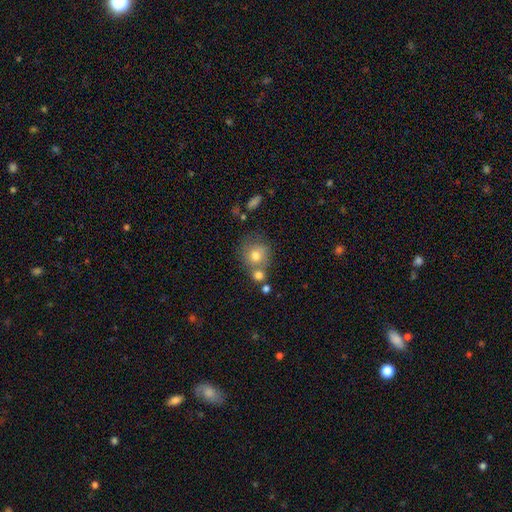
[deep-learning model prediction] smooth-or-featured: smooth: 75% | featured or disk: 15% | star or artifact: 11%
  how-rounded: round: 84% | in between: 15% | cigar-shaped: 1%
  merging: none: 52% | merger: 31% | minor disturbance: 13% | major disturbance: 5%